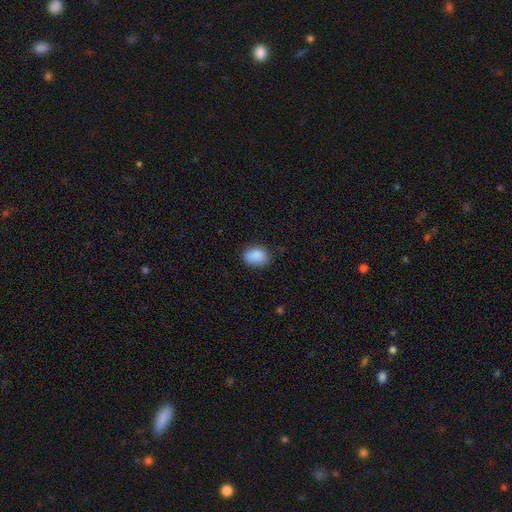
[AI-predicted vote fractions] Morphology: type=smooth (88%); roundness=in between (74%); merging=none (78%).